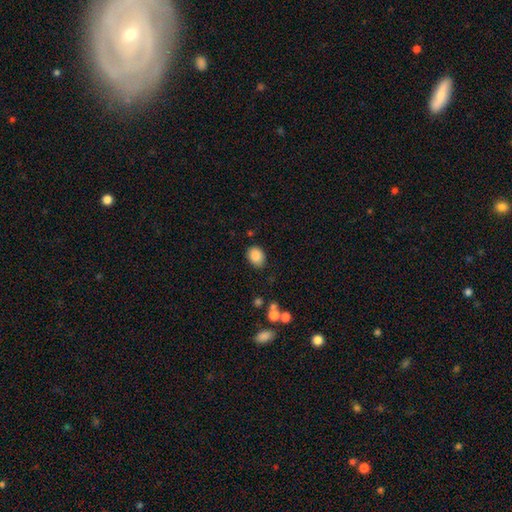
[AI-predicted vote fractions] smooth 86%, star or artifact 8%, featured or disk 5%. Down the decision tree: how rounded — in between (66%); merging — none (81%).